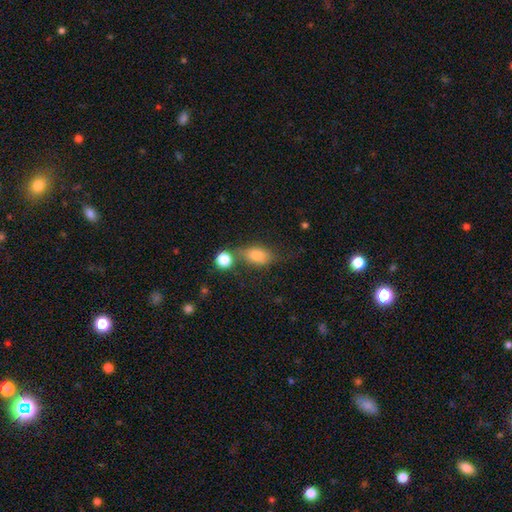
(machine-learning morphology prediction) A smooth galaxy with no disk features (76%) that is in between round and cigar-shaped (80%).

Vote fractions:
- Smooth or featured? smooth: 76% / featured or disk: 12% / star or artifact: 12%
- How rounded? in between: 80% / round: 14% / cigar-shaped: 7%
- Merging? none: 50% / minor disturbance: 23% / merger: 15% / major disturbance: 12%